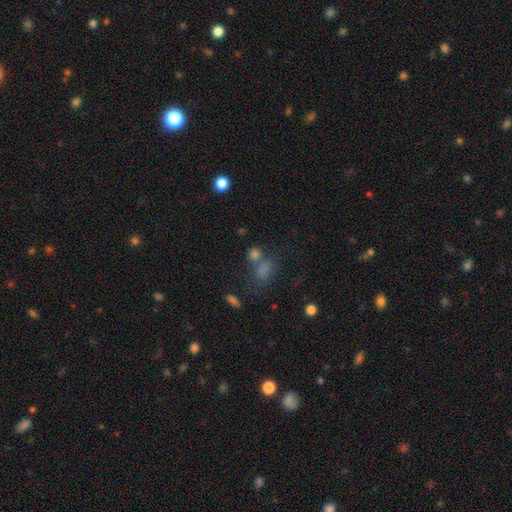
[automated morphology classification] smooth_or_featured: smooth (p=0.59) [alt: star or artifact p=0.29]
how_rounded: in between (p=0.56) [alt: round p=0.40]
merging: none (p=0.50) [alt: merger p=0.29]